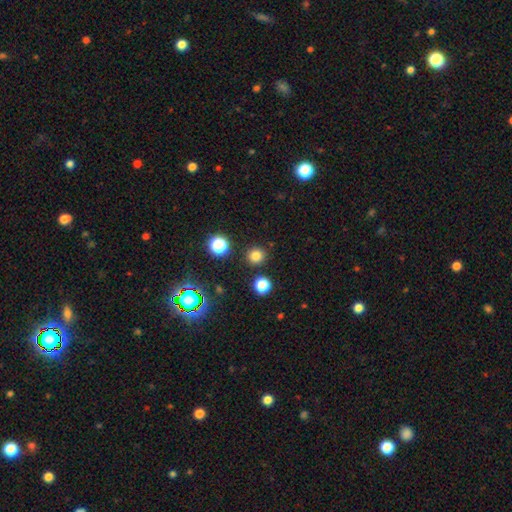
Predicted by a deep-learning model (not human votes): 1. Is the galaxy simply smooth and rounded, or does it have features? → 78% smooth, 17% star or artifact, 5% featured or disk.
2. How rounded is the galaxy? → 92% round, 7% in between, 1% cigar-shaped.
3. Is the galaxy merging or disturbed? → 88% none, 6% minor disturbance, 3% merger, 2% major disturbance.